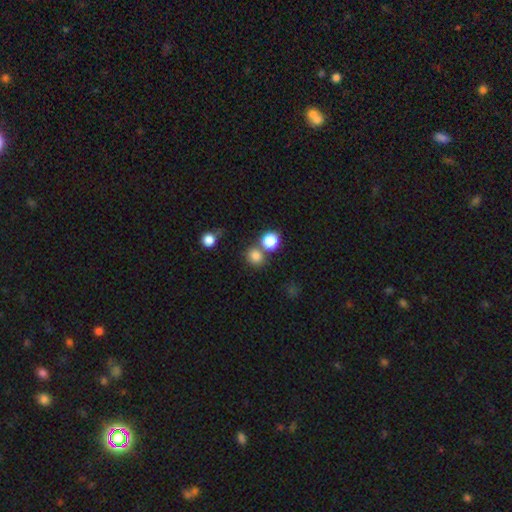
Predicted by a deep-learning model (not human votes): Smooth or featured? smooth (81%)
How rounded? round (82%)
Merging? none (64%)